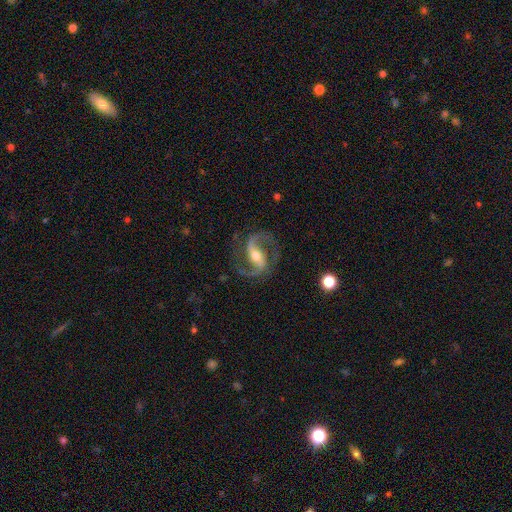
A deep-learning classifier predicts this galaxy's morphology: A featured or disk galaxy (92%) with a strong bar (50%), 2 (94%) medium (58%) spiral arms (98%) and a moderate central bulge (61%). Merging: none (82%).